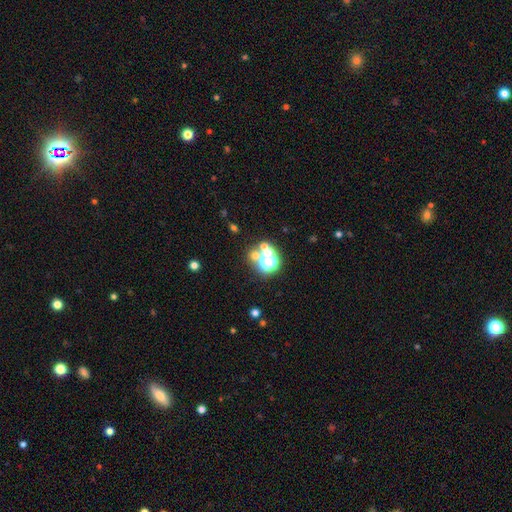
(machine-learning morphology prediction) Smooth or featured? smooth (41%, tied with star or artifact)
Merging? none (53%)